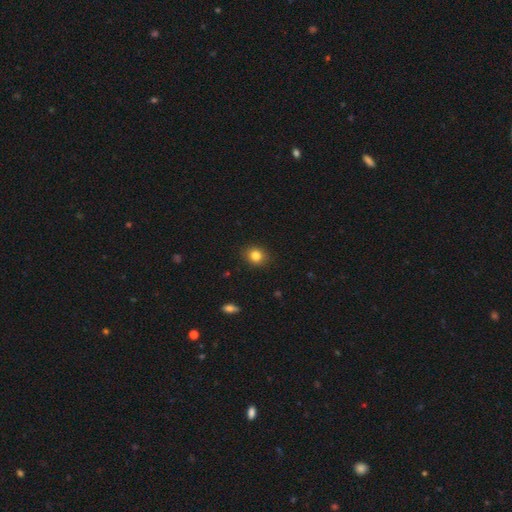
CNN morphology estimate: Smooth or featured?
  - smooth: 83% *
  - star or artifact: 11%
  - featured or disk: 6%
How rounded?
  - round: 63% *
  - in between: 36%
  - cigar-shaped: 1%
Merging?
  - none: 89% *
  - minor disturbance: 8%
  - major disturbance: 2%
  - merger: 1%